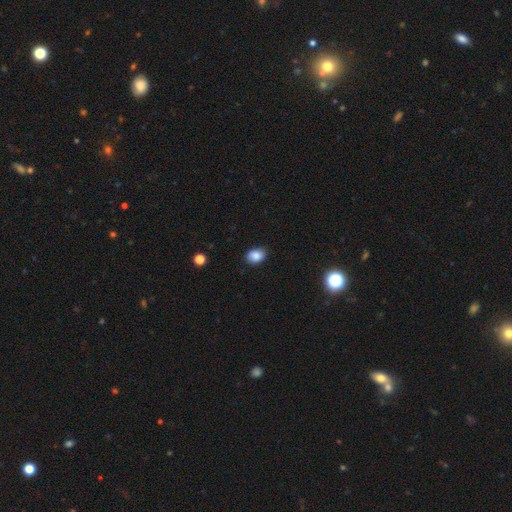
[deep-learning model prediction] This appears to be a smooth galaxy with no disk features (86%) that is in between round and cigar-shaped (70%). Merging: none (83%).